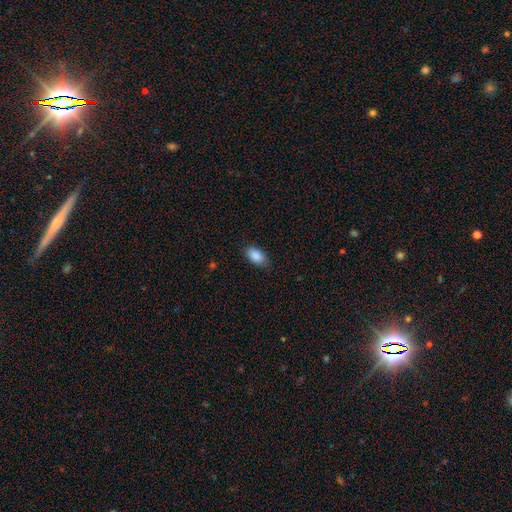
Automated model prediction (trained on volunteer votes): Smooth or featured? Predicted: smooth (p=0.89). How rounded? Predicted: in between (p=0.93). Merging? Predicted: none (p=0.84).